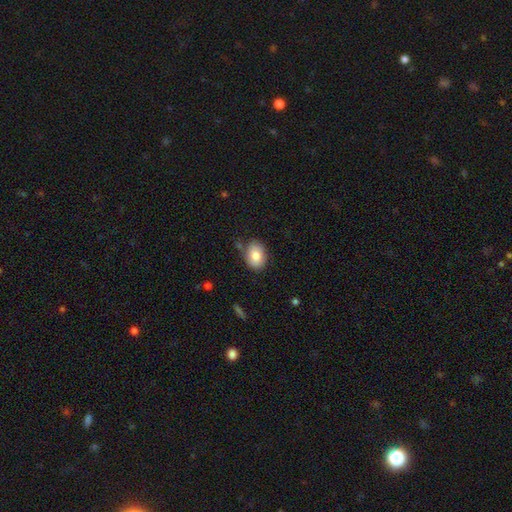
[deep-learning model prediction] Overall: smooth (81%). How rounded: in between (75%). Merging: none (79%).